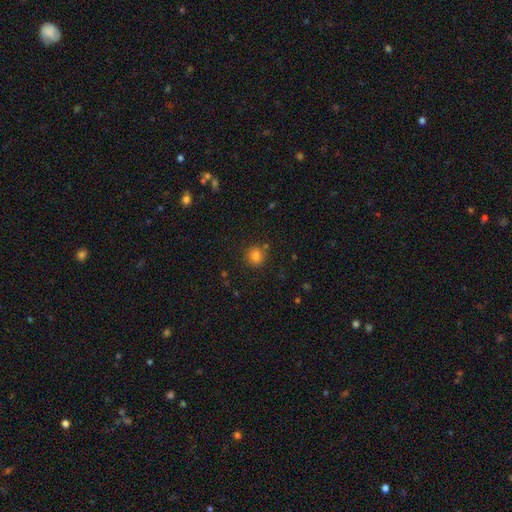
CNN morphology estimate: smooth 81%, star or artifact 13%, featured or disk 6%. Down the decision tree: how rounded — round (82%); merging — none (80%).